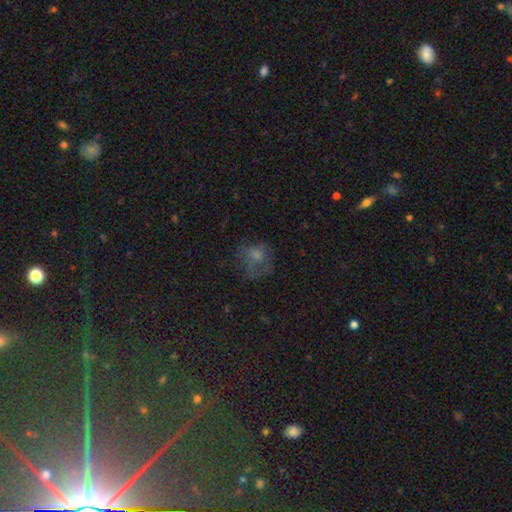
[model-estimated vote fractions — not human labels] Smooth or featured? smooth (58%)
How rounded? round (65%)
Merging? none (43%)